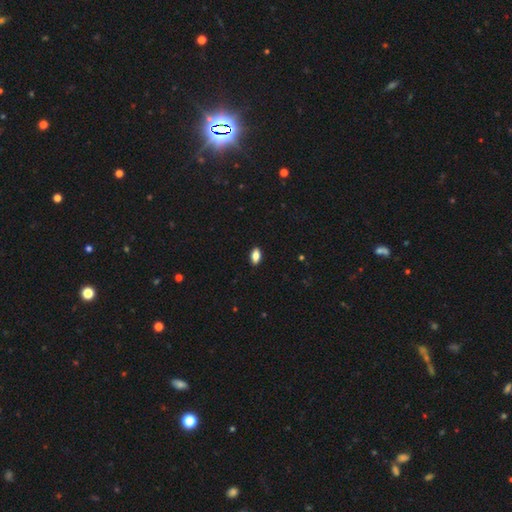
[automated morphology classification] This appears to be a smooth galaxy with no disk features (84%) that is in between round and cigar-shaped (90%). Merging: none (90%).